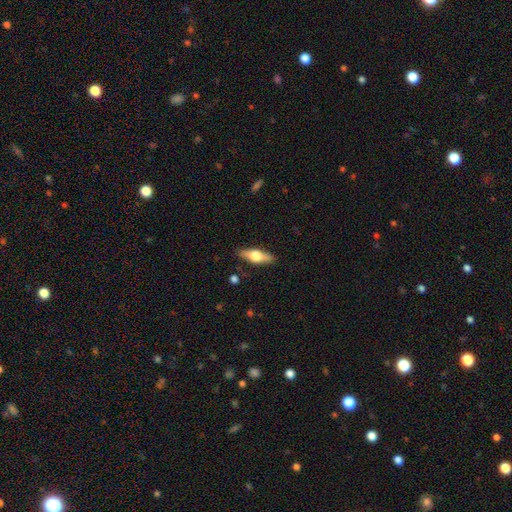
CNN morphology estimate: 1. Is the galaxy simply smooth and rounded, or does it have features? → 47% featured or disk (tied), 47% smooth (tied), 6% star or artifact.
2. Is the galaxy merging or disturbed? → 87% none, 10% minor disturbance, 2% major disturbance, 1% merger.